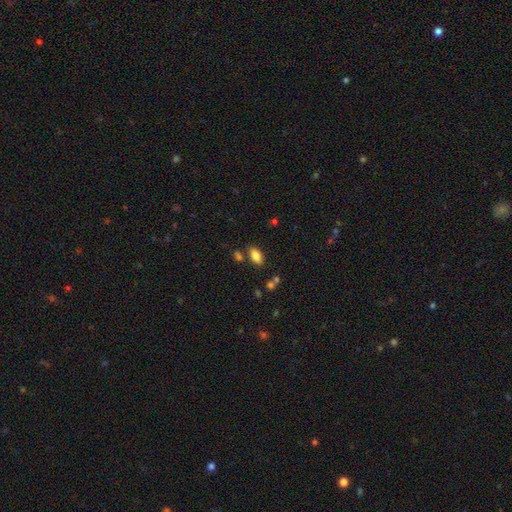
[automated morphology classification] smooth_or_featured: smooth (p=0.83) [alt: star or artifact p=0.09]
how_rounded: in between (p=0.91) [alt: cigar-shaped p=0.05]
merging: none (p=0.76) [alt: minor disturbance p=0.12]